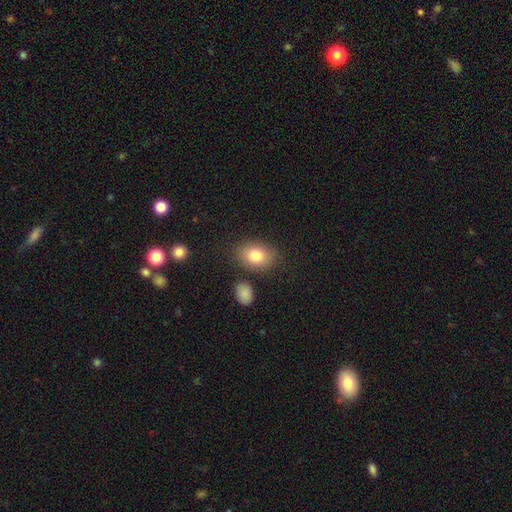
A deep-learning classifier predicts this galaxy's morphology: Smooth or featured?
  - smooth: 80% *
  - featured or disk: 11%
  - star or artifact: 9%
How rounded?
  - in between: 73% *
  - round: 26%
  - cigar-shaped: 1%
Merging?
  - none: 81% *
  - minor disturbance: 11%
  - merger: 4%
  - major disturbance: 4%